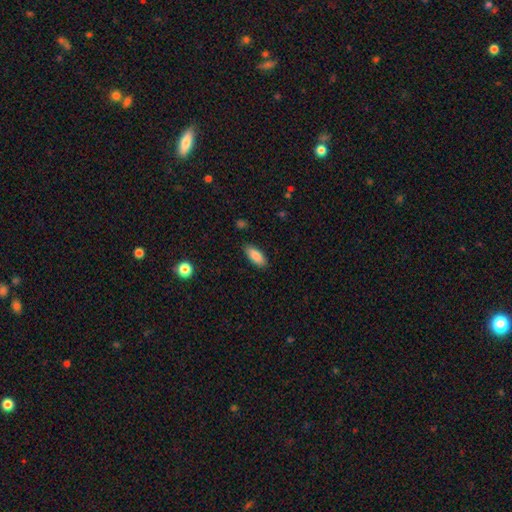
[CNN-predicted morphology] Smooth or featured? Predicted: smooth (p=0.86). How rounded? Predicted: in between (p=0.82). Merging? Predicted: none (p=0.86).